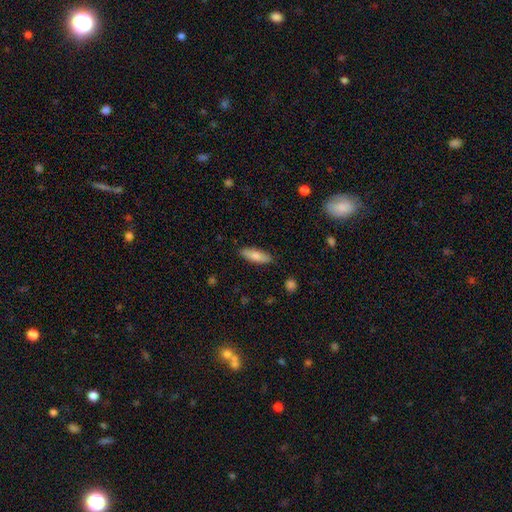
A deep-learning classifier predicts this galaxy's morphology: A smooth galaxy with no disk features (74%) that is in between round and cigar-shaped (51%). Merging: none (87%).